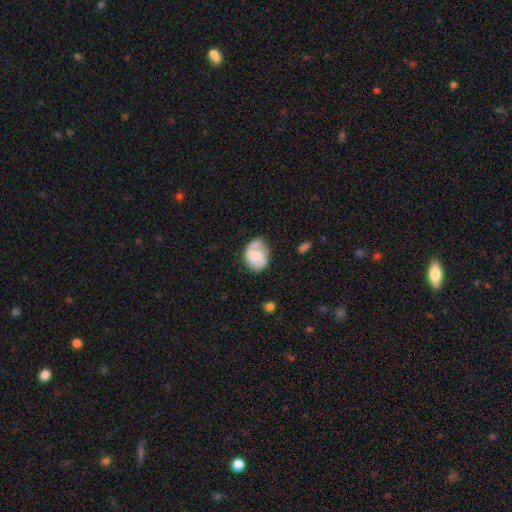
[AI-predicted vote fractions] featured or disk 76%, smooth 19%, star or artifact 5%. Down the decision tree: edge-on disk — no (98%); bar — no (53%); spiral arms — yes (94%); spiral arm count — 2 (84%); spiral winding — medium (49%); bulge size — moderate (50%); merging — none (68%).